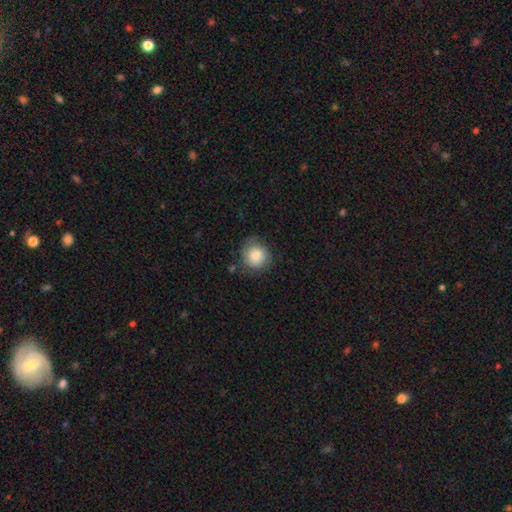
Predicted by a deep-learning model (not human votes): smooth_or_featured: smooth (p=0.84) [alt: featured or disk p=0.09]
how_rounded: round (p=0.87) [alt: in between p=0.12]
merging: none (p=0.73) [alt: minor disturbance p=0.20]